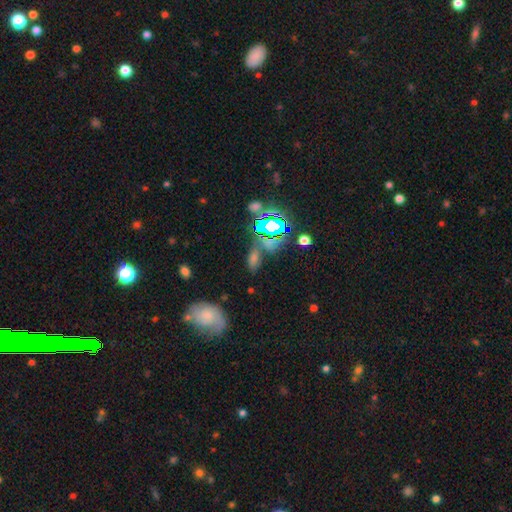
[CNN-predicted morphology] smooth_or_featured: star or artifact (p=0.45) [alt: smooth p=0.39]